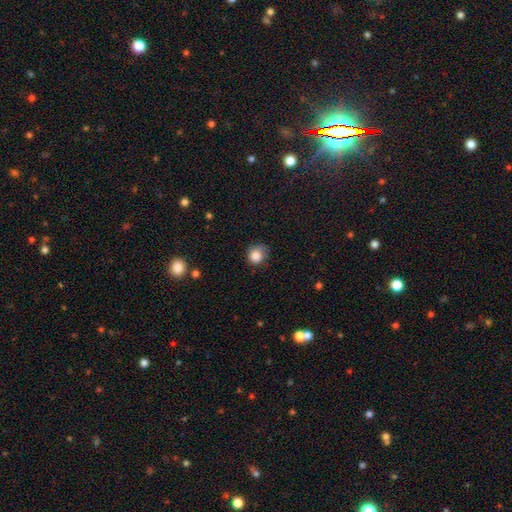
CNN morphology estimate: A smooth galaxy with no disk features (84%) that is round (79%).

Vote fractions:
- Smooth or featured? smooth: 84% / star or artifact: 10% / featured or disk: 6%
- How rounded? round: 79% / in between: 20% / cigar-shaped: 1%
- Merging? none: 56% / minor disturbance: 32% / major disturbance: 10% / merger: 2%